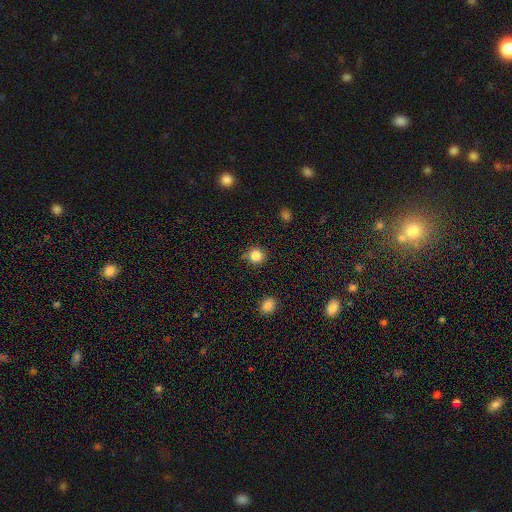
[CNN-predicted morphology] The model was most divided on "merging": none: 80%, minor disturbance: 13%, merger: 3%, major disturbance: 3%. More confident: how rounded — round (93%); smooth or featured — smooth (83%).